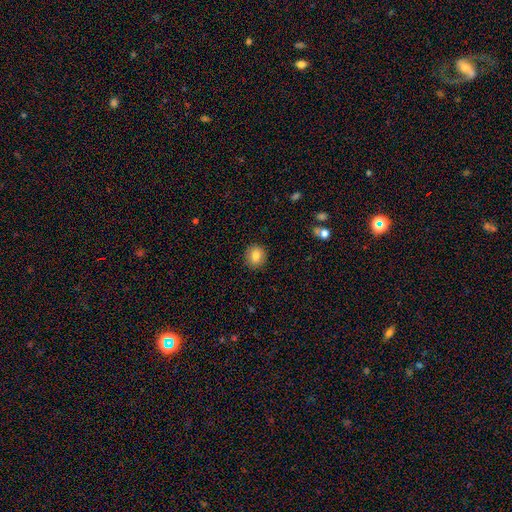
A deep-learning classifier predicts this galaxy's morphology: Overall: smooth (84%). How rounded: round (83%). Merging: none (91%).